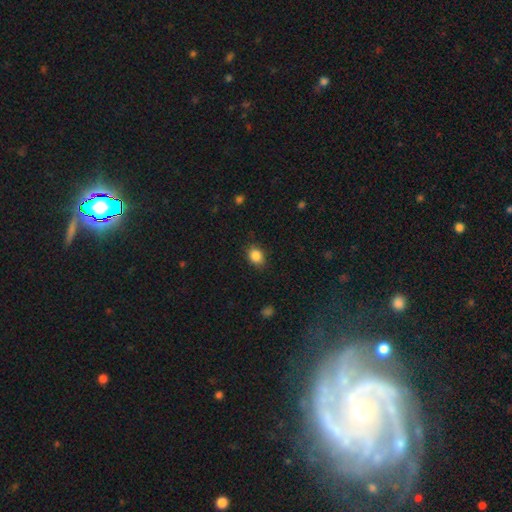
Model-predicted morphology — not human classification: A smooth galaxy with no disk features (86%) that is in between round and cigar-shaped (57%). Merging: none (84%).